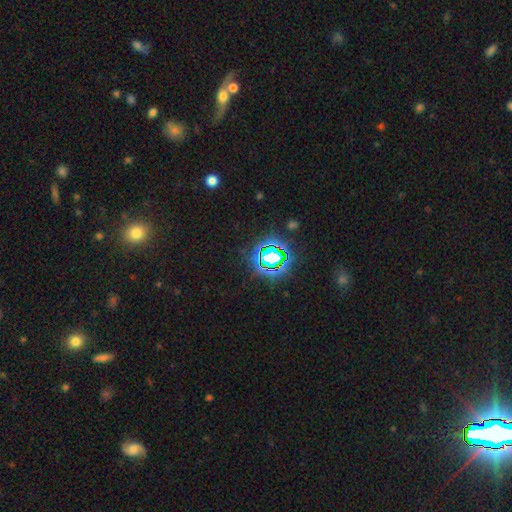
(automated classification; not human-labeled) The model was most divided on "smooth or featured": star or artifact: 76%, smooth: 15%, featured or disk: 9%.